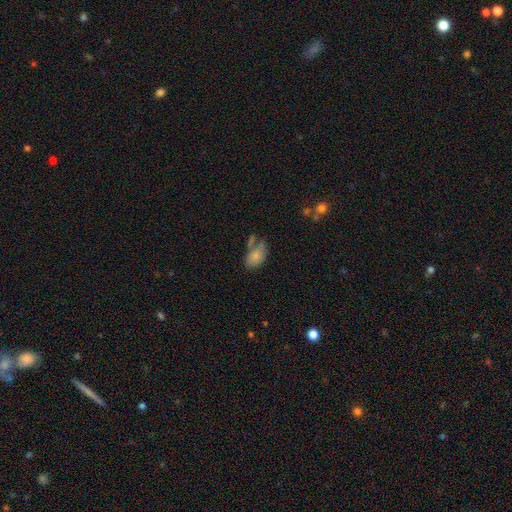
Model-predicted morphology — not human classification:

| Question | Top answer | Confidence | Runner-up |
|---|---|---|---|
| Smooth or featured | smooth | 75% | featured or disk (17%) |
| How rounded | in between | 91% | round (7%) |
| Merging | none | 42% | minor disturbance (24%) |